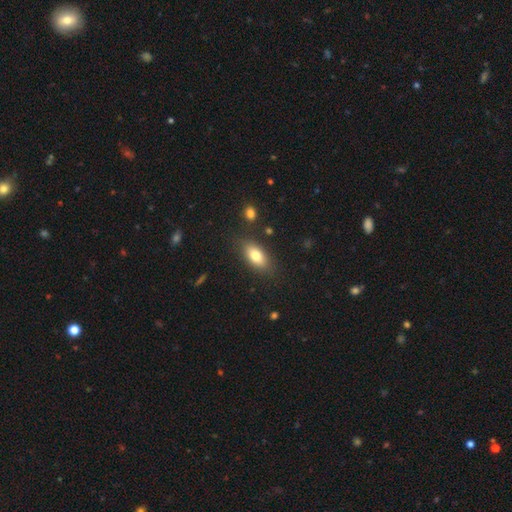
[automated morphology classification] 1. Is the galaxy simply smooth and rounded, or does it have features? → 79% smooth, 14% featured or disk, 7% star or artifact.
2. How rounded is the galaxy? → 86% in between, 9% cigar-shaped, 5% round.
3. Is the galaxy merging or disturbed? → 81% none, 13% minor disturbance, 4% major disturbance, 3% merger.